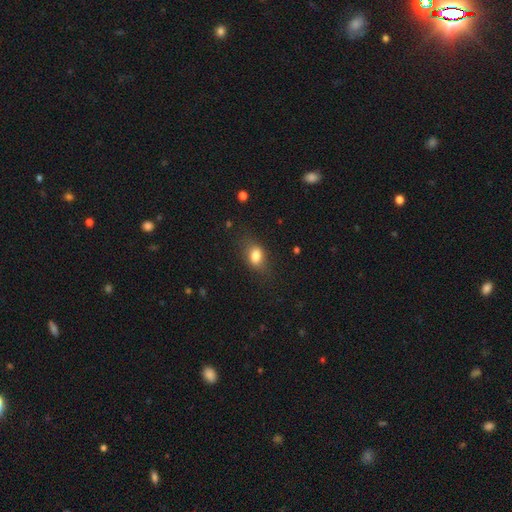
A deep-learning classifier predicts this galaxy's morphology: Smooth or featured? smooth (79%)
How rounded? in between (77%)
Merging? none (70%)